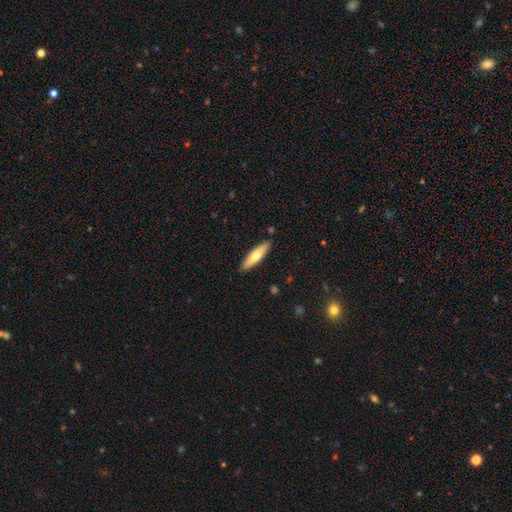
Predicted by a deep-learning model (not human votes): Overall: smooth (60%; featured or disk 34%). How rounded: cigar-shaped (66%; in between 33%). Merging: none (89%).